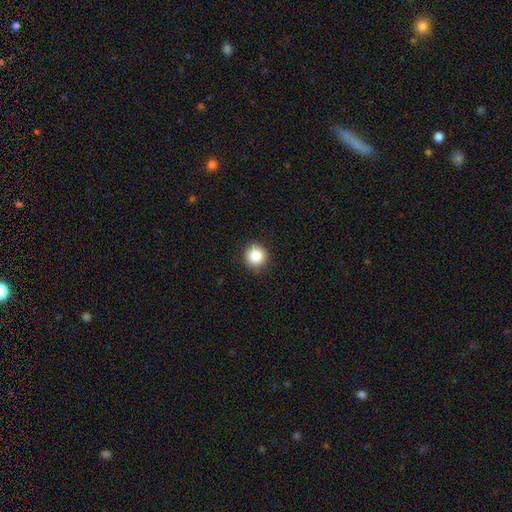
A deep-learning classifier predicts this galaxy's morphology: Smooth or featured? Predicted: smooth (p=0.87). How rounded? Predicted: round (p=0.93). Merging? Predicted: none (p=0.90).